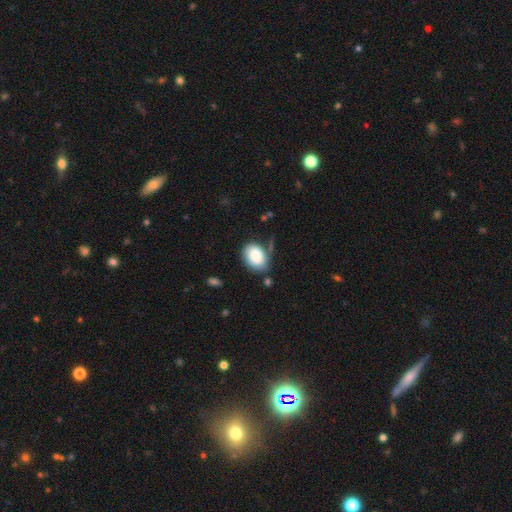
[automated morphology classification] Smooth or featured? Predicted: smooth (p=0.85). How rounded? Predicted: in between (p=0.70). Merging? Predicted: none (p=0.64).